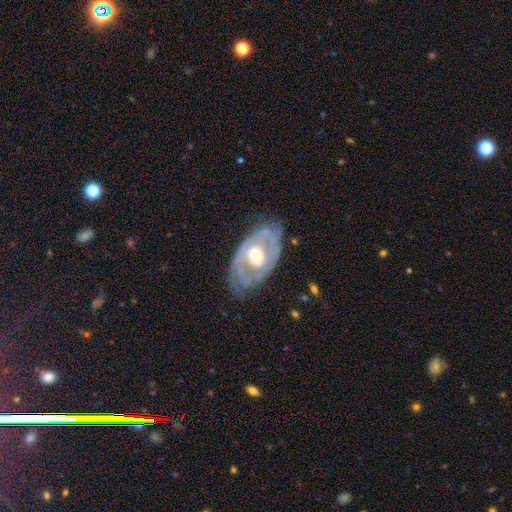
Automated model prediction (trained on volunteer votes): A featured or disk galaxy (82%) with no bar (60%), 2 (49%) tight (60%) spiral arms (79%) and a moderate central bulge (65%).

Vote fractions:
- Smooth or featured? featured or disk: 82% / smooth: 14% / star or artifact: 5%
- Edge-on disk? no: 94% / yes: 6%
- Bar? no: 60% / weak: 30% / strong: 10%
- Spiral arms? yes: 79% / no: 21%
- Spiral winding? tight: 60% / medium: 31% / loose: 10%
- Spiral arm count? 2: 49% / can't tell: 32% / 3: 8% / 1: 6% / 4: 3% / more than 4: 2%
- Bulge size? moderate: 65% / small: 25% / large: 7% / none: 1% / dominant: 1%
- Merging? none: 70% / minor disturbance: 21% / major disturbance: 8% / merger: 1%